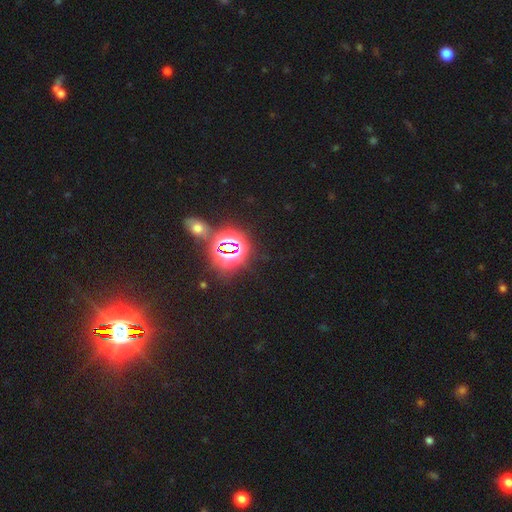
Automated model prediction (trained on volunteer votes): The model was most divided on "smooth or featured": star or artifact: 81%, smooth: 14%, featured or disk: 6%.